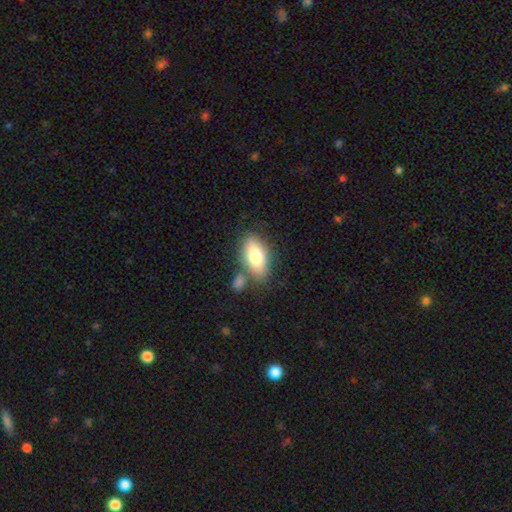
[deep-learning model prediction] Smooth or featured? Predicted: smooth (p=0.79). How rounded? Predicted: in between (p=0.91). Merging? Predicted: none (p=0.66).